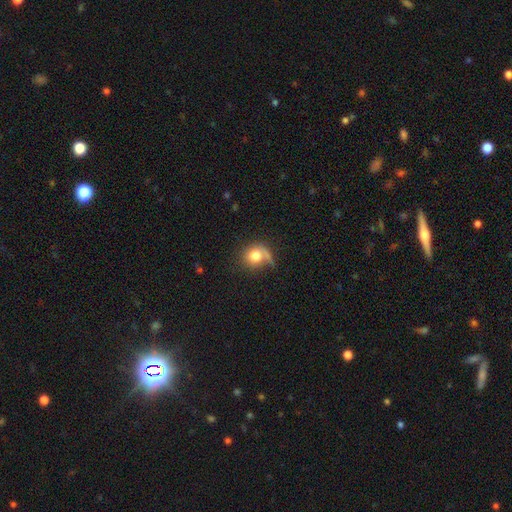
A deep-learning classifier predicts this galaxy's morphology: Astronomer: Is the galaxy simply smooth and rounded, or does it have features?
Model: smooth — 73%.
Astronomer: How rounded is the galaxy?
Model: round — 75%.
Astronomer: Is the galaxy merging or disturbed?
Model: none — 45% (runner-up: minor disturbance, 23%).